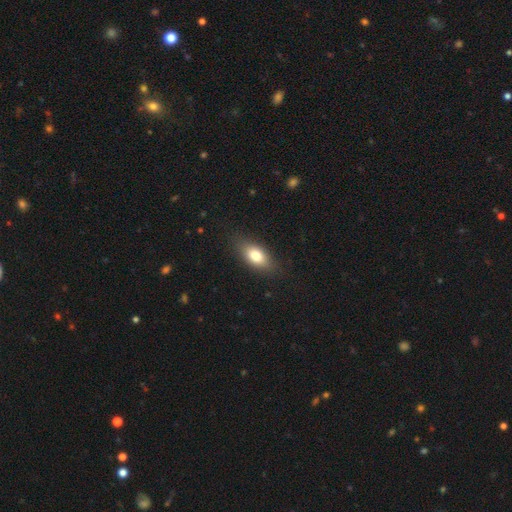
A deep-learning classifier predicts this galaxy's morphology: Smooth or featured? smooth (78%)
How rounded? in between (85%)
Merging? none (84%)